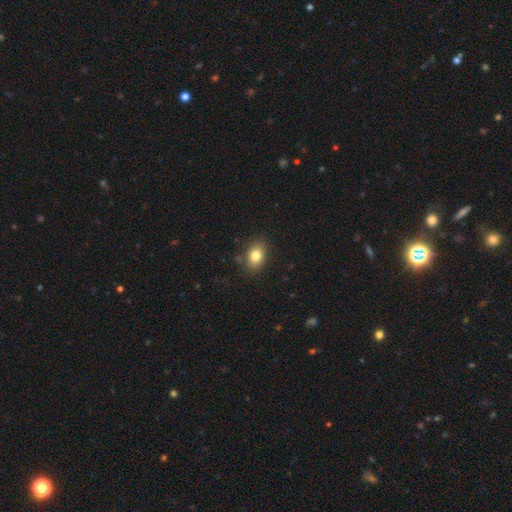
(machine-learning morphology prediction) This appears to be a smooth galaxy with no disk features (81%) that is in between round and cigar-shaped (78%). Merging: none (83%).